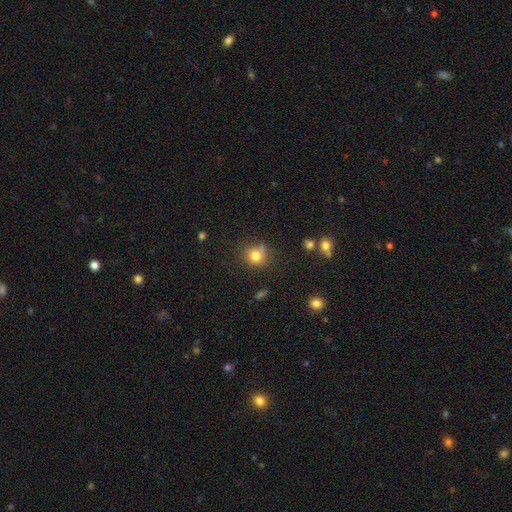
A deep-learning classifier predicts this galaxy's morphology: Smooth or featured: smooth — 79% (star or artifact — 12%)
How rounded: round — 81% (in between — 18%)
Merging: none — 63% (minor disturbance — 21%)